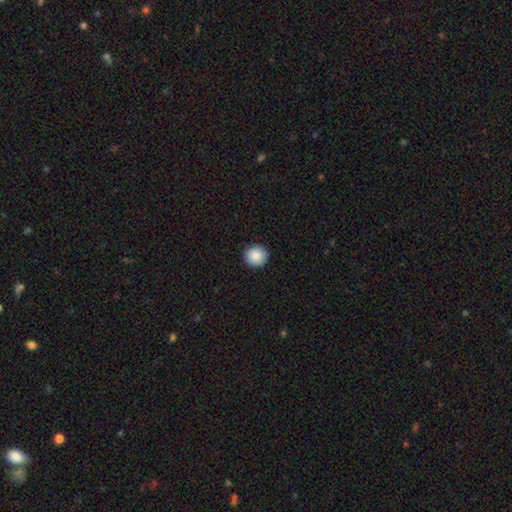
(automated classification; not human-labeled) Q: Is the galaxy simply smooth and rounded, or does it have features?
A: smooth — 89%.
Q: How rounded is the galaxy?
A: round — 90%.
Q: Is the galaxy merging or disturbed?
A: none — 92%.